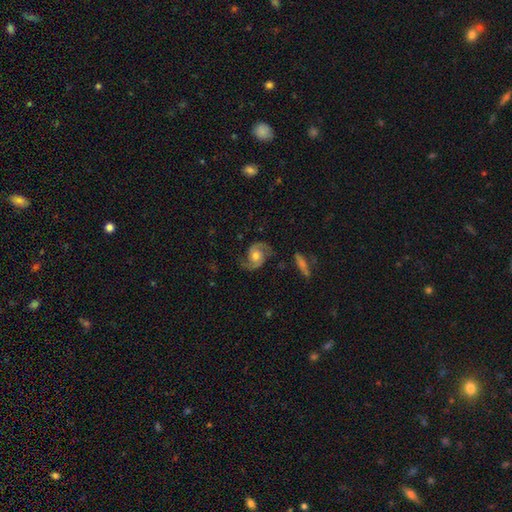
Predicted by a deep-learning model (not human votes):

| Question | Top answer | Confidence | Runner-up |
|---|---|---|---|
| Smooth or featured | featured or disk | 86% | smooth (9%) |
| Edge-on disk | no | 97% | yes (3%) |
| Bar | no | 66% | weak (28%) |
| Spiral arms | yes | 97% | no (3%) |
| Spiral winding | medium | 52% | loose (29%) |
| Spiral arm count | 2 | 93% | can't tell (2%) |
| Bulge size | moderate | 70% | small (17%) |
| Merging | none | 76% | minor disturbance (15%) |